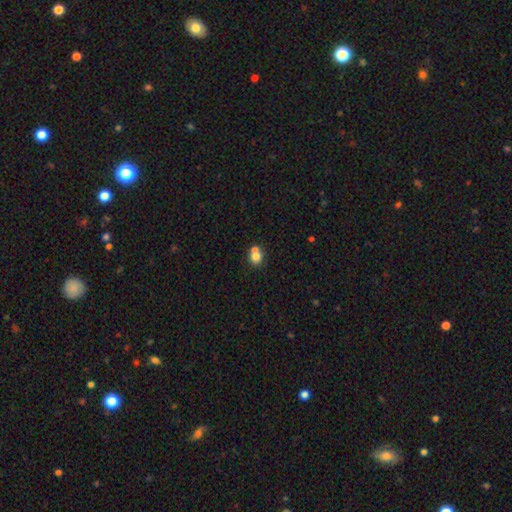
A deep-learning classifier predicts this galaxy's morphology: smooth-or-featured: smooth: 77% | featured or disk: 12% | star or artifact: 11%
  how-rounded: round: 79% | in between: 20% | cigar-shaped: 1%
  merging: merger: 45% | none: 44% | minor disturbance: 8% | major disturbance: 3%